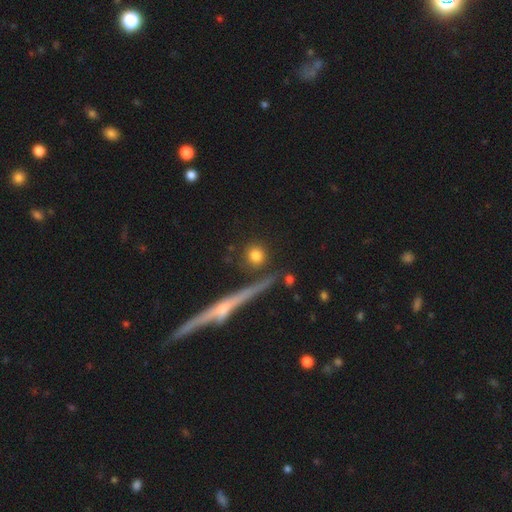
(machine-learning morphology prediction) smooth-or-featured: smooth: 80% | featured or disk: 11% | star or artifact: 10%
  how-rounded: round: 90% | in between: 6% | cigar-shaped: 4%
  merging: none: 84% | minor disturbance: 8% | merger: 5% | major disturbance: 3%